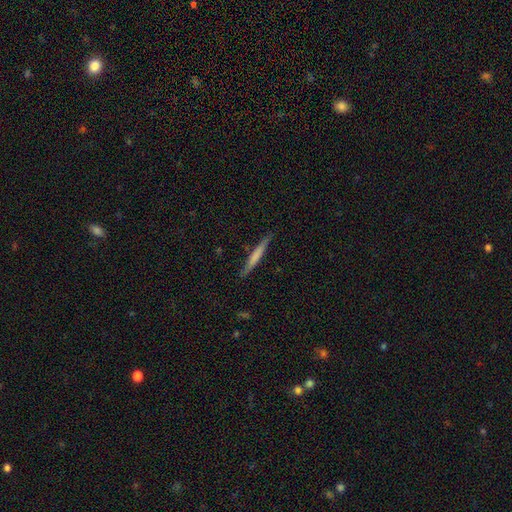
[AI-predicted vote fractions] Smooth or featured? smooth (59%)
How rounded? cigar-shaped (96%)
Merging? none (86%)